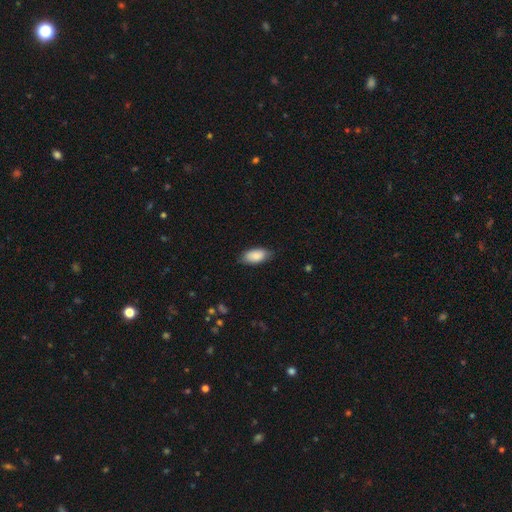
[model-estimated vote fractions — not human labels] smooth_or_featured: smooth (p=0.86) [alt: featured or disk p=0.08]
how_rounded: in between (p=0.93) [alt: cigar-shaped p=0.04]
merging: none (p=0.78) [alt: minor disturbance p=0.18]